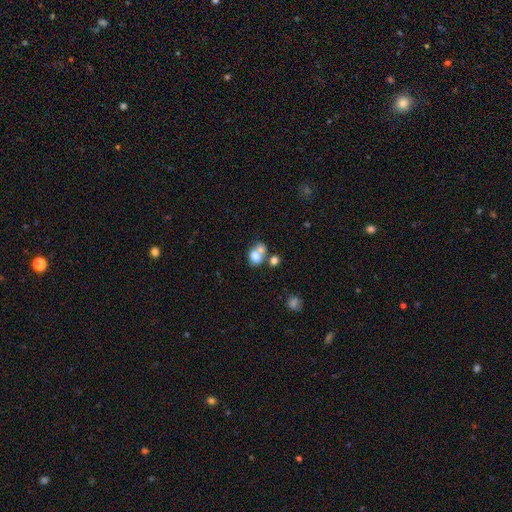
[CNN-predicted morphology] Overall: smooth (71%). How rounded: in between (51%; round 48%). Merging: merger (54%; none 30%).